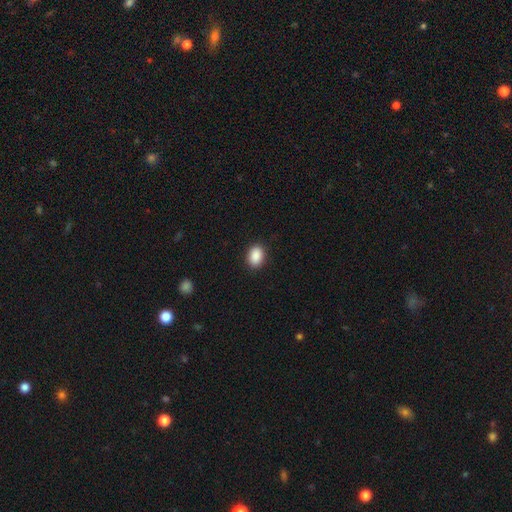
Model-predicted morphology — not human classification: A smooth galaxy with no disk features (90%) that is in between round and cigar-shaped (74%). Merging: none (90%).